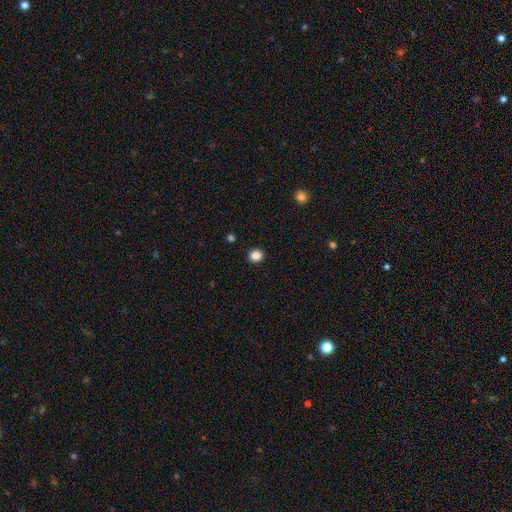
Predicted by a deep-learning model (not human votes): Smooth or featured: smooth — 86% (star or artifact — 10%)
How rounded: round — 70% (in between — 29%)
Merging: none — 92% (minor disturbance — 6%)